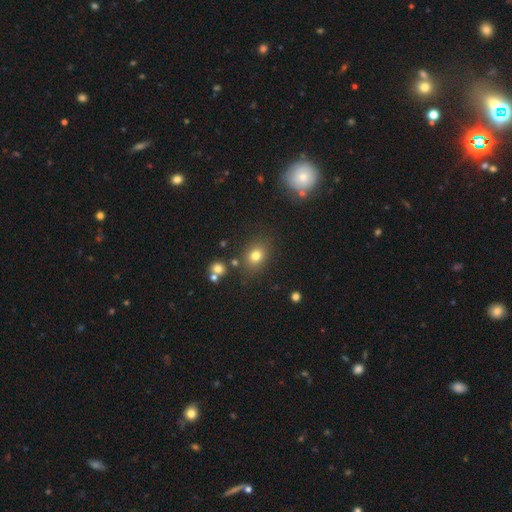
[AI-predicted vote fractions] A smooth galaxy with no disk features (76%) that is round (52%).

Vote fractions:
- Smooth or featured? smooth: 76% / star or artifact: 15% / featured or disk: 9%
- How rounded? round: 52% / in between: 46% / cigar-shaped: 1%
- Merging? none: 79% / minor disturbance: 12% / merger: 6% / major disturbance: 4%